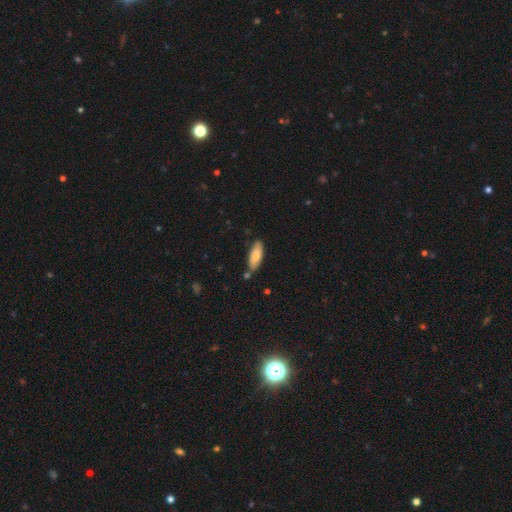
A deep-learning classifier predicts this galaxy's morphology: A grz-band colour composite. It shows a smooth galaxy with no disk features (81%) that is in between round and cigar-shaped (65%). Merging: none (69%).